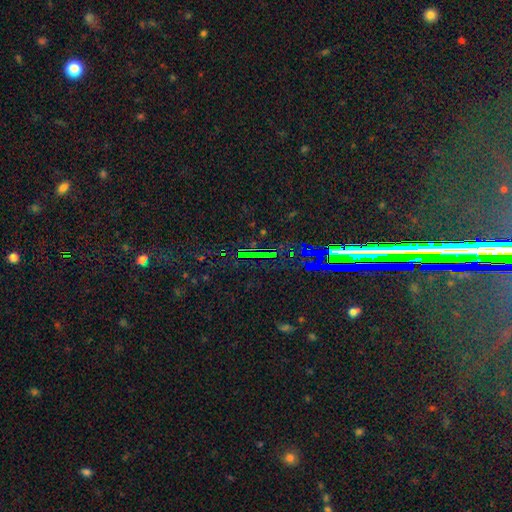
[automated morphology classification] smooth_or_featured: star or artifact (p=0.83) [alt: smooth p=0.09]